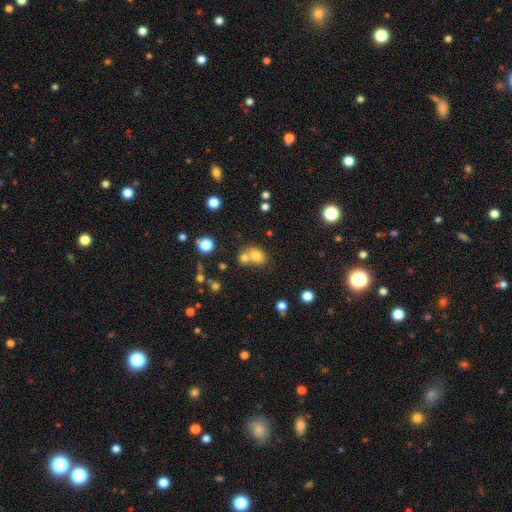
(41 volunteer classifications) smooth-or-featured: smooth: 73% | featured or disk: 15% | star or artifact: 12%
  how-rounded: in between: 60% | round: 40% | cigar-shaped: 0%
  merging: merger: 56% | none: 25% | minor disturbance: 19% | major disturbance: 0%